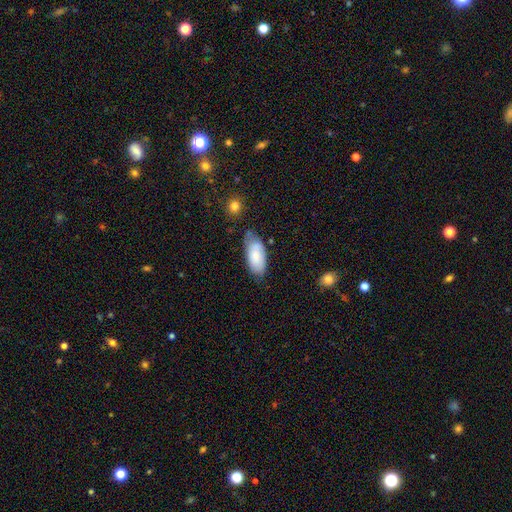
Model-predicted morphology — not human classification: smooth_or_featured: smooth (p=0.74) [alt: featured or disk p=0.20]
how_rounded: in between (p=0.91) [alt: cigar-shaped p=0.07]
merging: none (p=0.57) [alt: minor disturbance p=0.31]